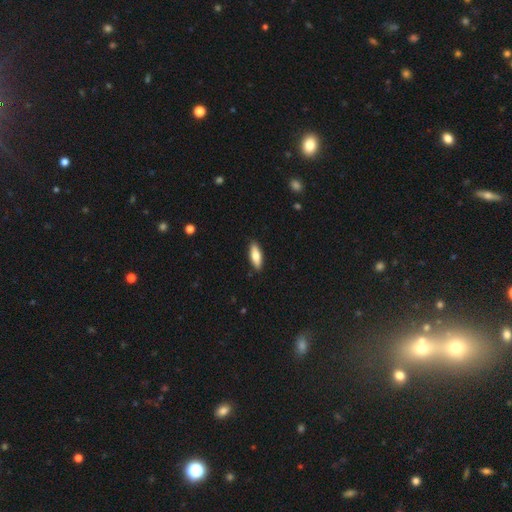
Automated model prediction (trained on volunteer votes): Q: Smooth or featured?
A: smooth (73%); runner-up: featured or disk (21%)
Q: How rounded?
A: in between (61%); runner-up: cigar-shaped (37%)
Q: Merging?
A: none (89%); runner-up: minor disturbance (8%)